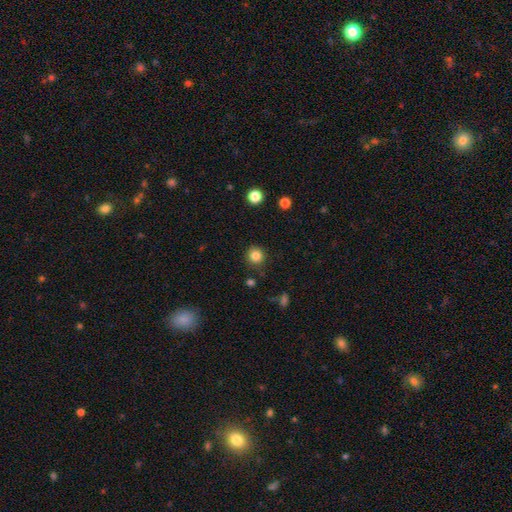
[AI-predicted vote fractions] Morphology: type=smooth (83%); roundness=round (93%); merging=none (89%).